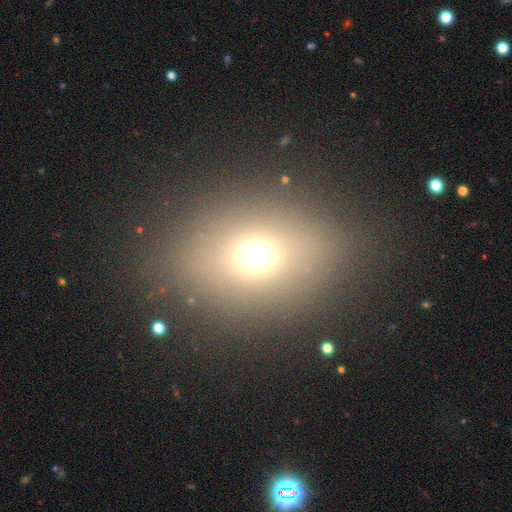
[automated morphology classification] smooth 64%, star or artifact 22%, featured or disk 14%. Down the decision tree: how rounded — in between (53%); merging — none (84%).